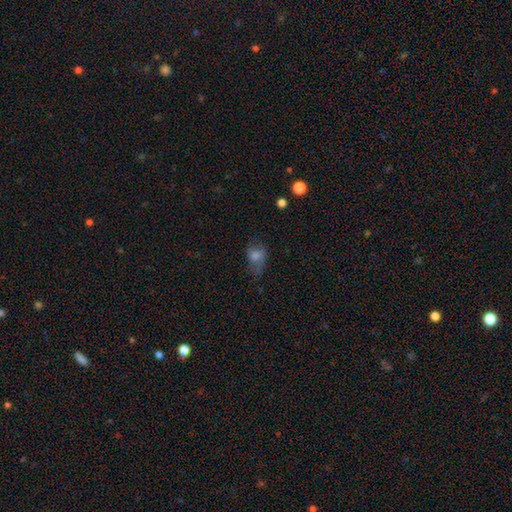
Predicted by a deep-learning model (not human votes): smooth-or-featured: smooth: 67% | featured or disk: 19% | star or artifact: 13%
  how-rounded: in between: 63% | round: 35% | cigar-shaped: 2%
  merging: none: 41% | minor disturbance: 32% | major disturbance: 24% | merger: 3%